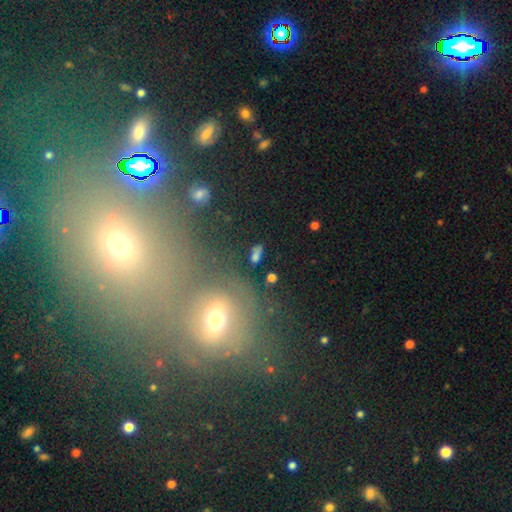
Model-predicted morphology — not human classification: type=smooth (45%); merging=none (73%).